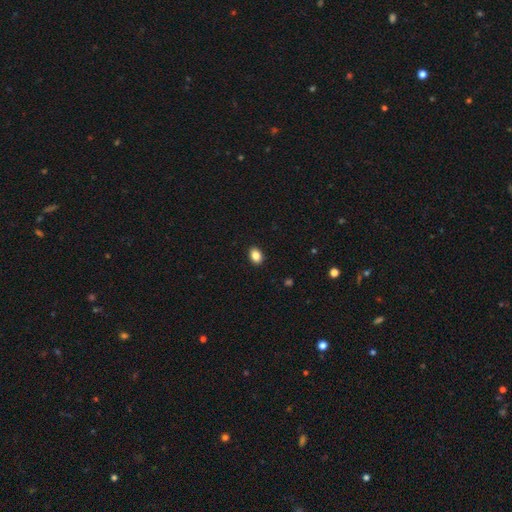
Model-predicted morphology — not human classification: A smooth galaxy with no disk features (86%) that is in between round and cigar-shaped (70%).

Vote fractions:
- Smooth or featured? smooth: 86% / star or artifact: 9% / featured or disk: 5%
- How rounded? in between: 70% / round: 28% / cigar-shaped: 1%
- Merging? none: 91% / minor disturbance: 7% / major disturbance: 2% / merger: 1%